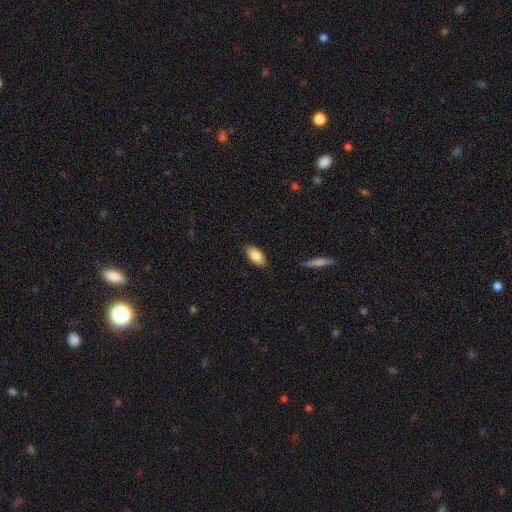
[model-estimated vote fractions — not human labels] smooth-or-featured: smooth: 83% | featured or disk: 11% | star or artifact: 7%
  how-rounded: in between: 90% | cigar-shaped: 7% | round: 2%
  merging: none: 87% | minor disturbance: 10% | major disturbance: 2% | merger: 1%